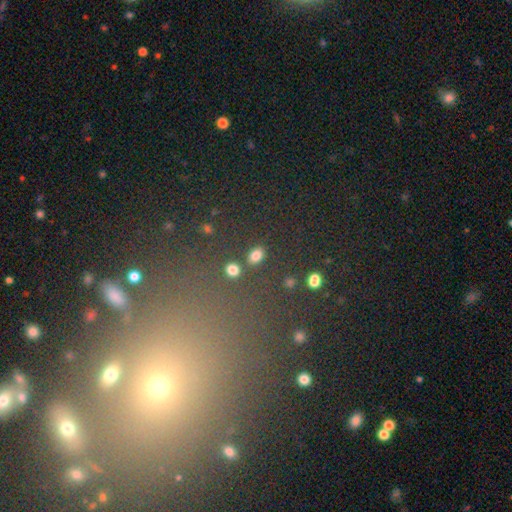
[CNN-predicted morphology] This appears to be a smooth galaxy with no disk features (80%) that is in between round and cigar-shaped (77%). Merging: none (81%).